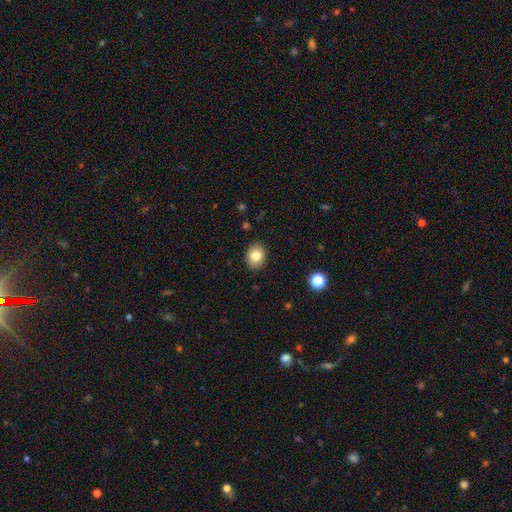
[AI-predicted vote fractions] Overall: smooth (82%). How rounded: round (52%; in between 47%). Merging: none (89%).